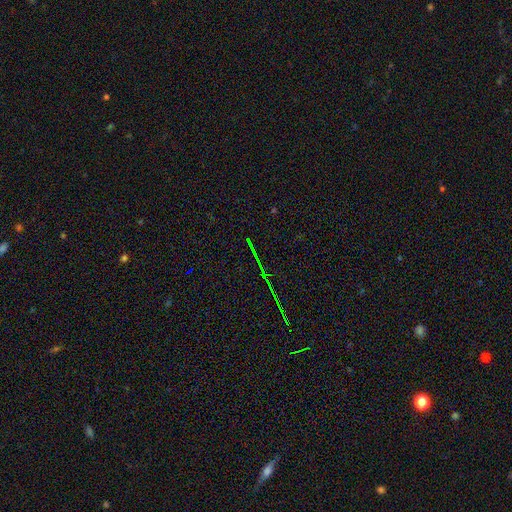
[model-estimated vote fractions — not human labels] Morphology: type=star or artifact (80%).